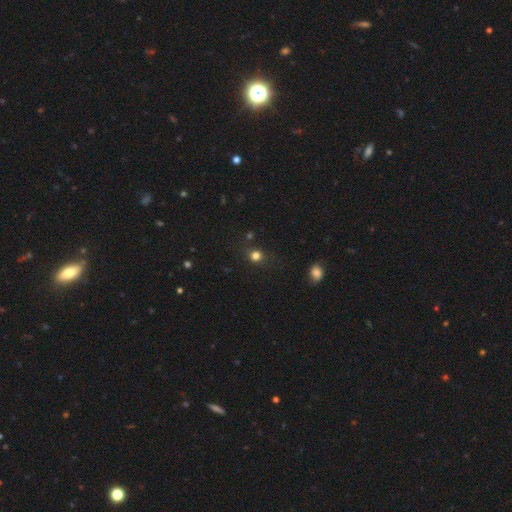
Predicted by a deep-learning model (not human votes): smooth 78%, star or artifact 17%, featured or disk 5%. Down the decision tree: how rounded — round (86%); merging — none (84%).